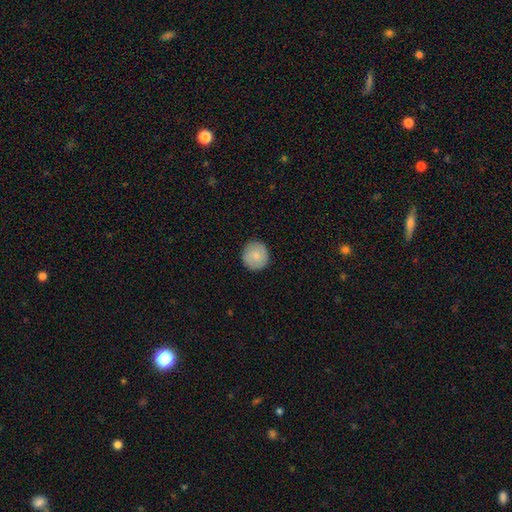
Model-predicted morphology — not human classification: This appears to be a smooth galaxy with no disk features (82%) that is round (94%). Merging: none (90%).